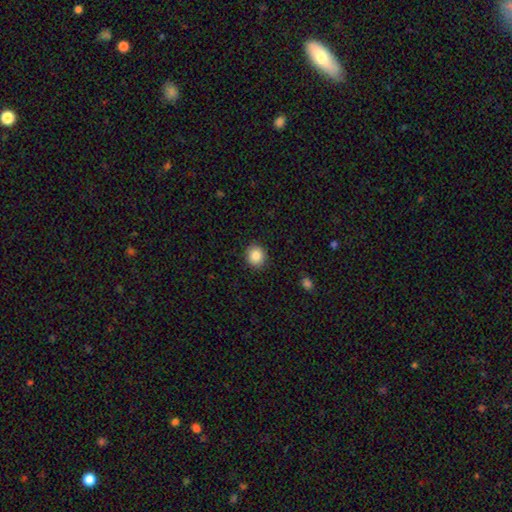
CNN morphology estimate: type=smooth (87%); roundness=round (84%); merging=none (91%).